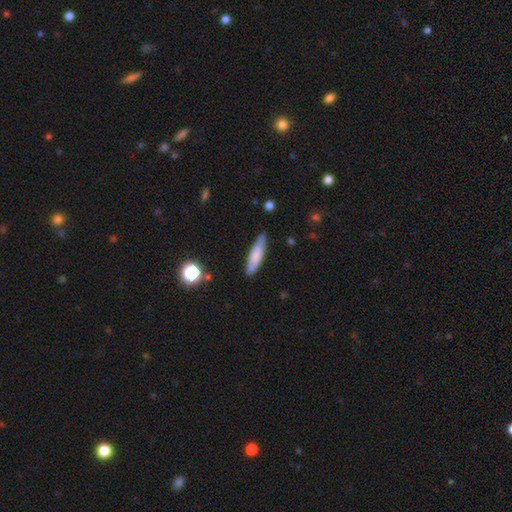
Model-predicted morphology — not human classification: smooth-or-featured: smooth: 73% | featured or disk: 21% | star or artifact: 6%
  how-rounded: cigar-shaped: 72% | in between: 26% | round: 2%
  merging: none: 79% | minor disturbance: 16% | major disturbance: 3% | merger: 2%